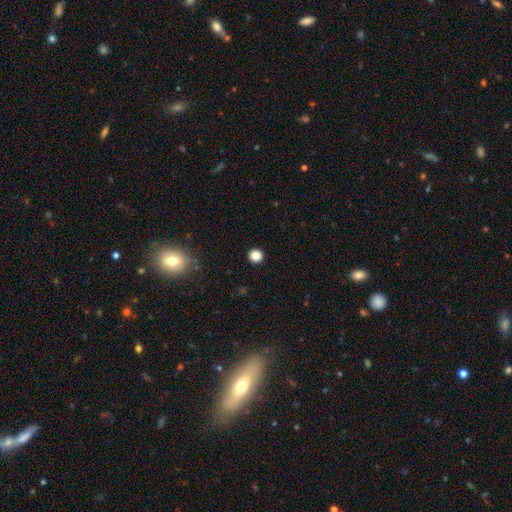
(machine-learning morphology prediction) Smooth or featured? Predicted: smooth (p=0.85). How rounded? Predicted: round (p=0.92). Merging? Predicted: none (p=0.93).